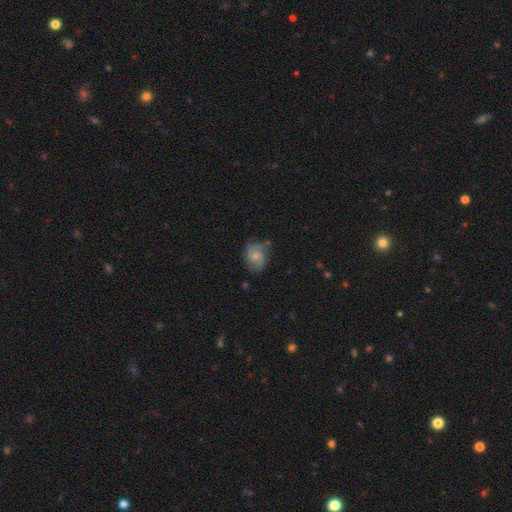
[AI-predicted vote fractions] smooth-or-featured: featured or disk: 64% | smooth: 28% | star or artifact: 8%
  disk-edge-on: no: 98% | yes: 2%
    bar: no: 58% | weak: 38% | strong: 5%
    has-spiral-arms: yes: 93% | no: 7%
      spiral-winding: medium: 48% | tight: 30% | loose: 22%
      spiral-arm-count: 2: 82% | can't tell: 9% | 3: 3% | 1: 3% | 4: 1% | more than 4: 1%
    bulge-size: small: 52% | moderate: 34% | none: 10% | large: 2% | dominant: 1%
  merging: none: 68% | minor disturbance: 22% | major disturbance: 7% | merger: 3%